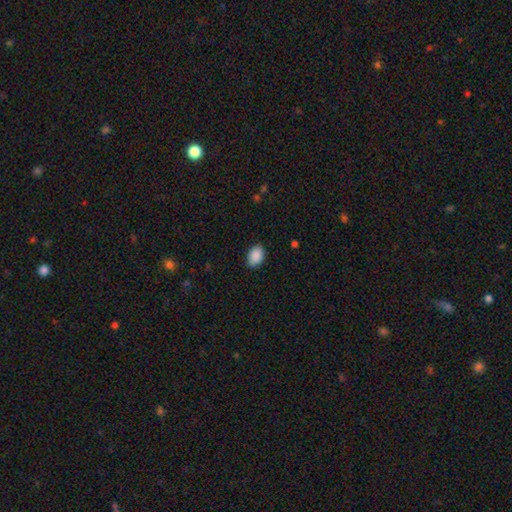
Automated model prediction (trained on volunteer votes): Smooth or featured?
  - smooth: 90% *
  - star or artifact: 7%
  - featured or disk: 3%
How rounded?
  - in between: 85% *
  - round: 14%
  - cigar-shaped: 1%
Merging?
  - none: 86% *
  - minor disturbance: 11%
  - major disturbance: 2%
  - merger: 1%